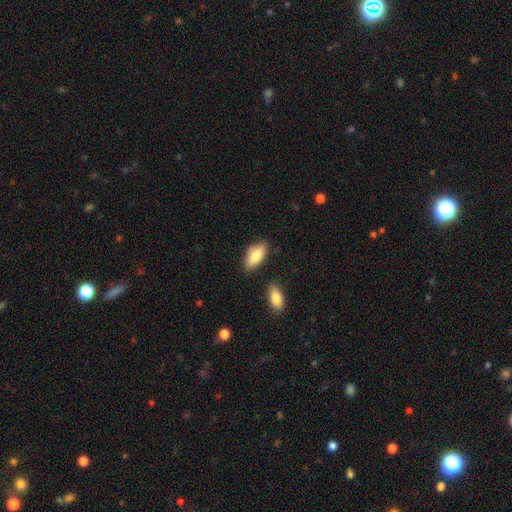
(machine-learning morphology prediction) A smooth galaxy with no disk features (82%) that is in between round and cigar-shaped (83%).

Vote fractions:
- Smooth or featured? smooth: 82% / featured or disk: 12% / star or artifact: 6%
- How rounded? in between: 83% / cigar-shaped: 14% / round: 2%
- Merging? none: 77% / minor disturbance: 15% / merger: 4% / major disturbance: 3%